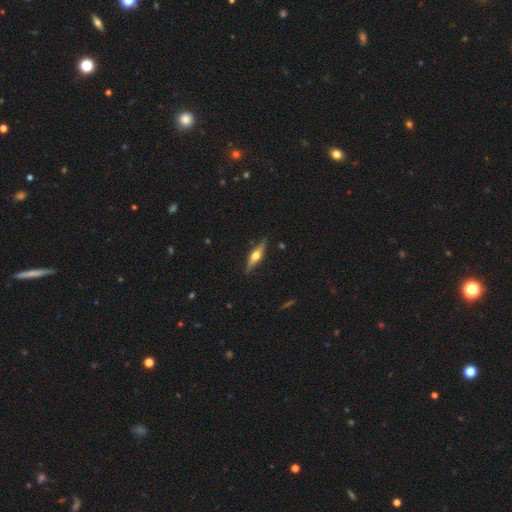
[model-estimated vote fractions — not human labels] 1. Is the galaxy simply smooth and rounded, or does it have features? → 68% featured or disk, 27% smooth, 6% star or artifact.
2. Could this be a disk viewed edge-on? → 96% yes, 4% no.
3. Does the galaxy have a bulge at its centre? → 94% rounded, 4% boxy, 2% none.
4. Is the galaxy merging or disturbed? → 88% none, 9% minor disturbance, 2% major disturbance, 1% merger.